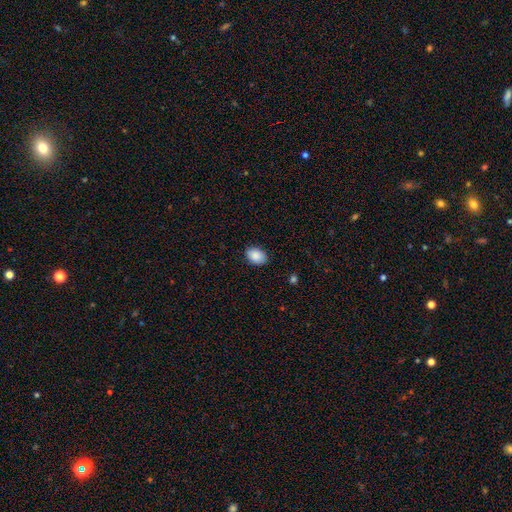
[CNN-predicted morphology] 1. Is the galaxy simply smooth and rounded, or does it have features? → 89% smooth, 7% star or artifact, 4% featured or disk.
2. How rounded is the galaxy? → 80% in between, 19% round, 1% cigar-shaped.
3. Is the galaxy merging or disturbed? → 88% none, 9% minor disturbance, 2% major disturbance, 1% merger.